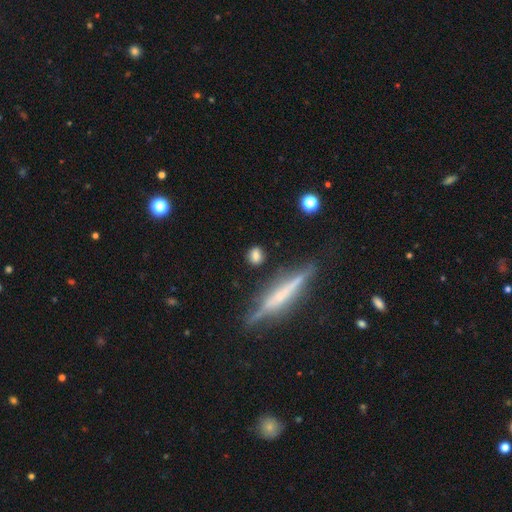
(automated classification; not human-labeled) Smooth or featured? Predicted: smooth (p=0.74). How rounded? Predicted: round (p=0.58). Merging? Predicted: none (p=0.82).